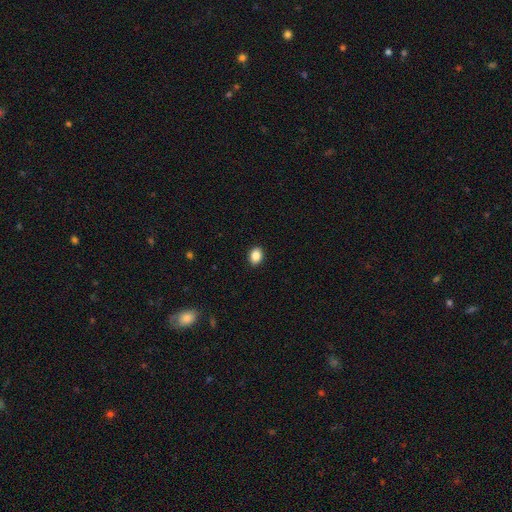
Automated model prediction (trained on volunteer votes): Smooth or featured? Predicted: smooth (p=0.87). How rounded? Predicted: in between (p=0.64). Merging? Predicted: none (p=0.91).